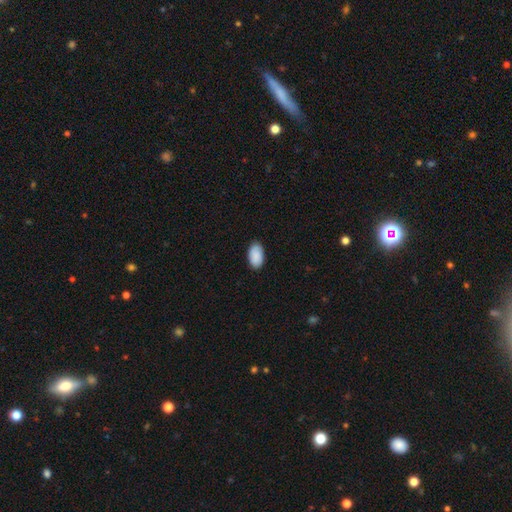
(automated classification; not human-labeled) smooth 89%, star or artifact 6%, featured or disk 4%. Down the decision tree: how rounded — in between (95%); merging — none (86%).